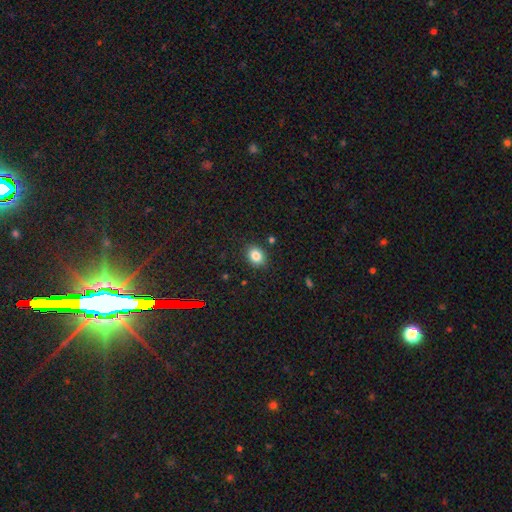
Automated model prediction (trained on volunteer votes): This is clearly a smooth galaxy (83%). How rounded: possibly in between (53%). Merging: clearly none (86%).